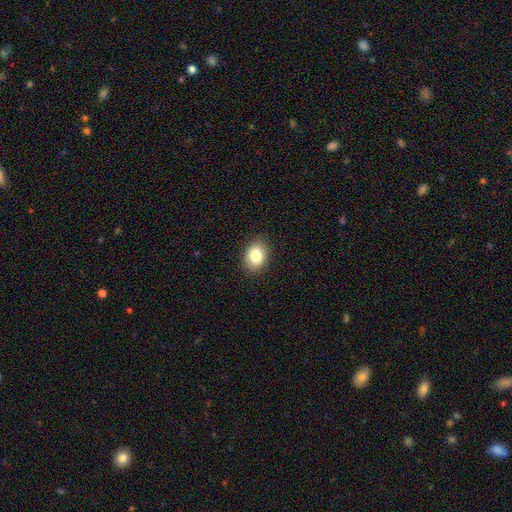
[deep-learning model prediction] Q: Smooth or featured?
A: smooth (85%); runner-up: star or artifact (8%)
Q: How rounded?
A: in between (73%); runner-up: round (26%)
Q: Merging?
A: none (88%); runner-up: minor disturbance (9%)